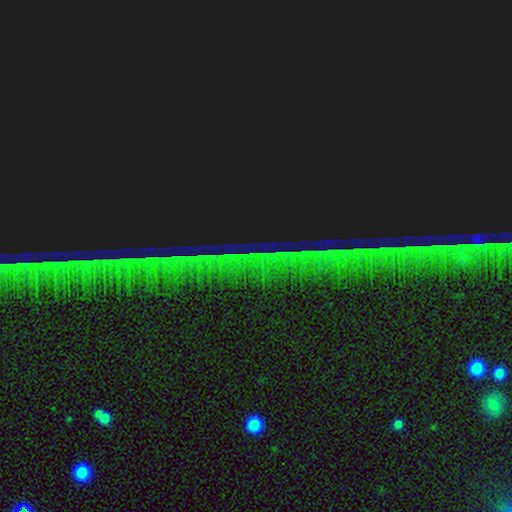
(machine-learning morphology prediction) This appears to be a star or artifact, not a galaxy (86%).